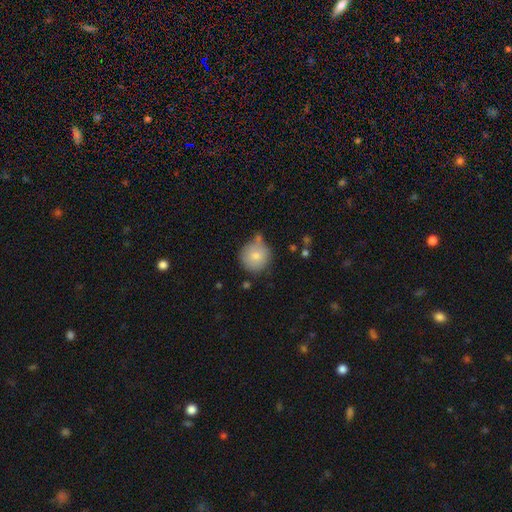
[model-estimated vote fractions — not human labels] smooth_or_featured: smooth (p=0.80) [alt: featured or disk p=0.12]
how_rounded: round (p=0.93) [alt: in between p=0.06]
merging: none (p=0.68) [alt: minor disturbance p=0.18]